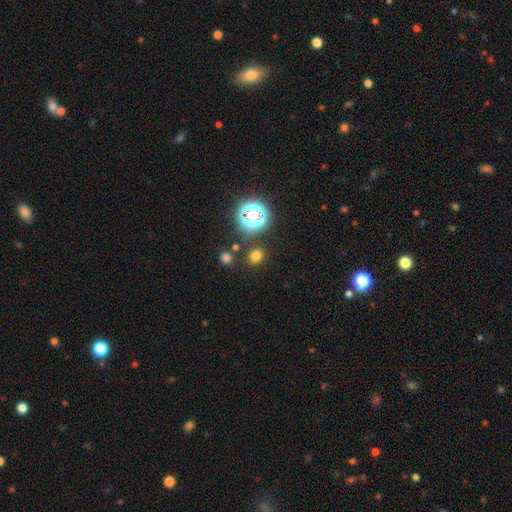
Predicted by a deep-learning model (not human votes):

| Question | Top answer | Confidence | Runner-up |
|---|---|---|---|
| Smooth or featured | smooth | 68% | star or artifact (26%) |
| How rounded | round | 83% | in between (16%) |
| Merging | none | 84% | minor disturbance (8%) |